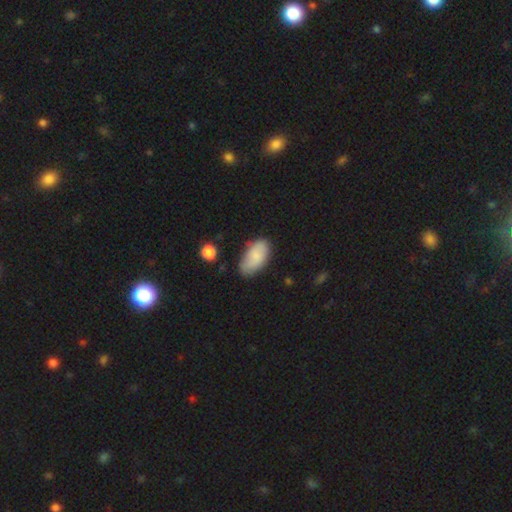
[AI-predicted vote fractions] This is likely a smooth galaxy (78%). How rounded: clearly in between (94%). Merging: likely none (71%).